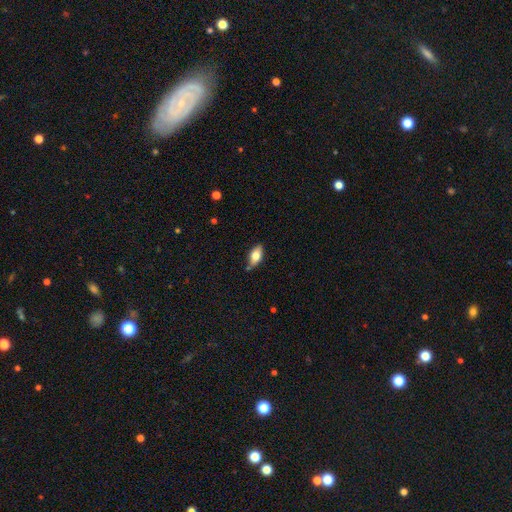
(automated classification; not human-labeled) Q: Smooth or featured?
A: smooth (67%); runner-up: featured or disk (26%)
Q: How rounded?
A: in between (87%); runner-up: cigar-shaped (9%)
Q: Merging?
A: none (77%); runner-up: minor disturbance (18%)